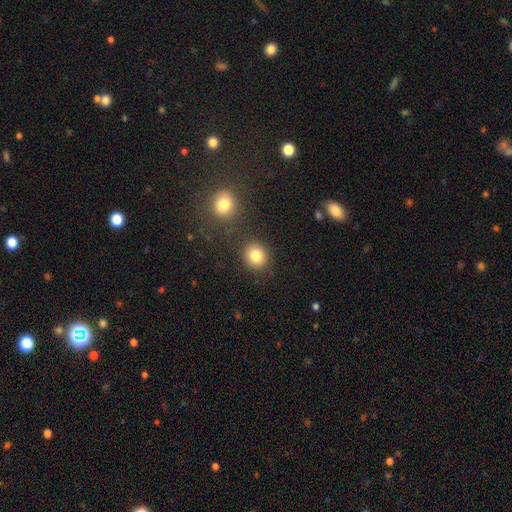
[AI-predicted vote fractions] This is clearly a smooth galaxy (83%). How rounded: likely round (80%). Merging: clearly none (83%).